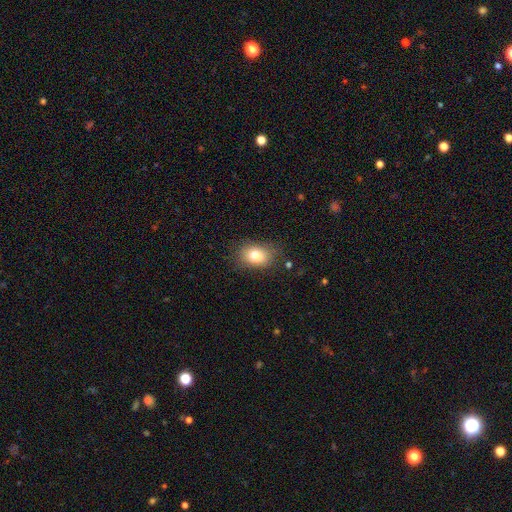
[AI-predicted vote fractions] Q: Smooth or featured?
A: smooth (79%); runner-up: featured or disk (11%)
Q: How rounded?
A: in between (71%); runner-up: round (28%)
Q: Merging?
A: none (79%); runner-up: minor disturbance (15%)